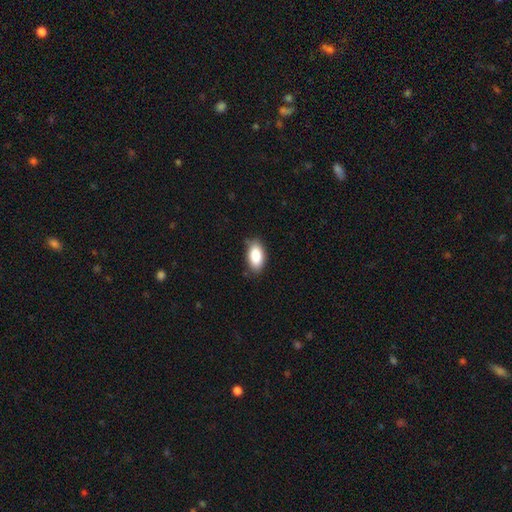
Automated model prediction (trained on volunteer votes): Smooth or featured? Predicted: smooth (p=0.88). How rounded? Predicted: in between (p=0.93). Merging? Predicted: none (p=0.82).